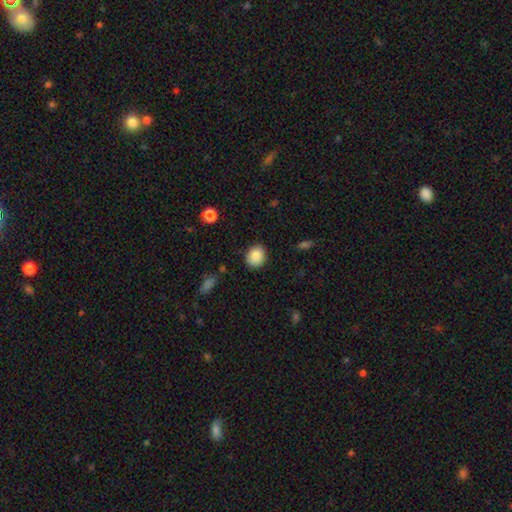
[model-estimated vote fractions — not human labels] Smooth or featured? smooth (86%)
How rounded? round (63%)
Merging? none (88%)